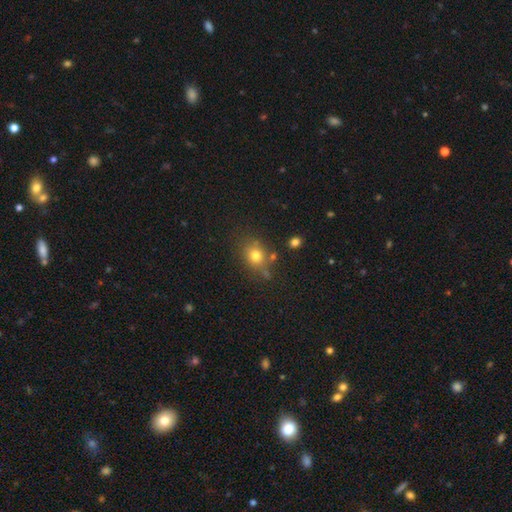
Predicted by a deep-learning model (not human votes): Morphology: type=smooth (76%); roundness=round (66%); merging=none (70%).